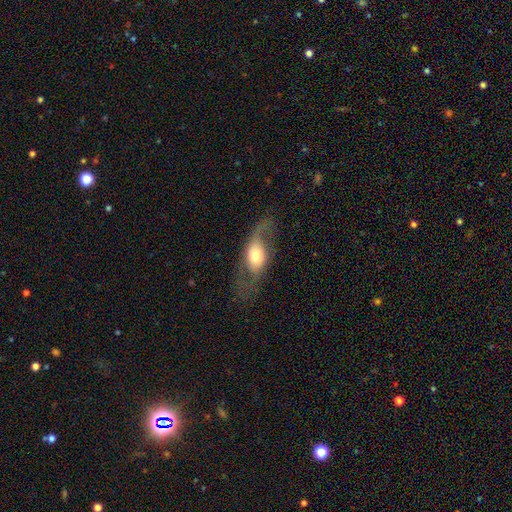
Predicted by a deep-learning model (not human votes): The model was most divided on "smooth or featured": featured or disk: 56%, smooth: 37%, star or artifact: 7%. More confident: edge-on disk — no (81%); merging — none (55%).